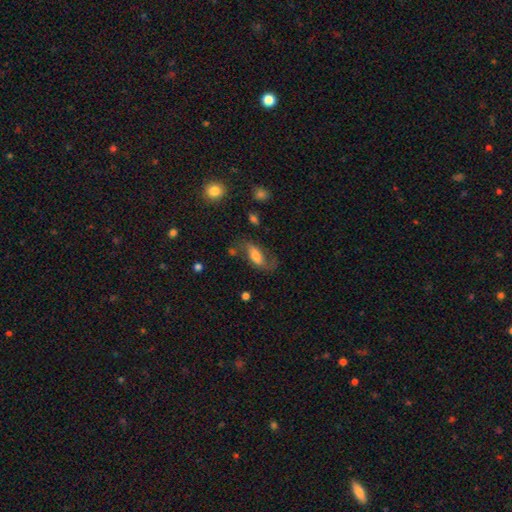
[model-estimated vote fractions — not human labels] Morphology: type=featured or disk (46%); merging=none (53%).